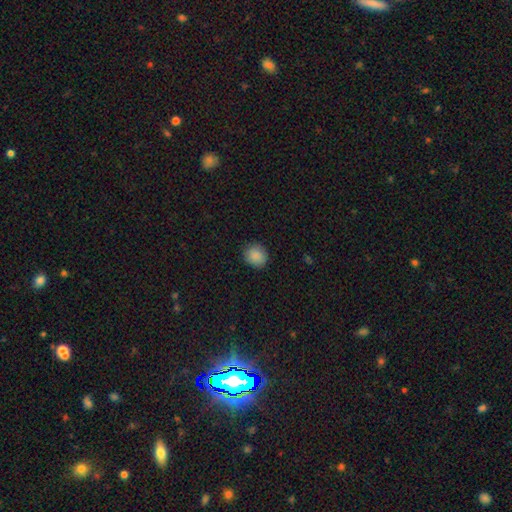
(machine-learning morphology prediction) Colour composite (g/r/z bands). It shows a smooth galaxy with no disk features (88%) that is round (82%). Merging: none (87%).